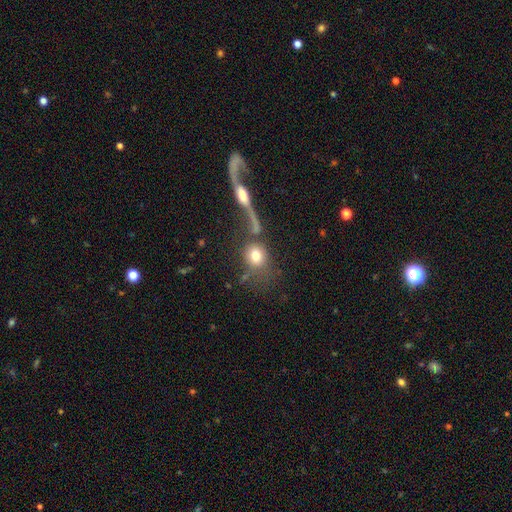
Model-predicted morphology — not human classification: This appears to be a smooth galaxy with no disk features (74%) that is round (72%). Merging: none (47%).